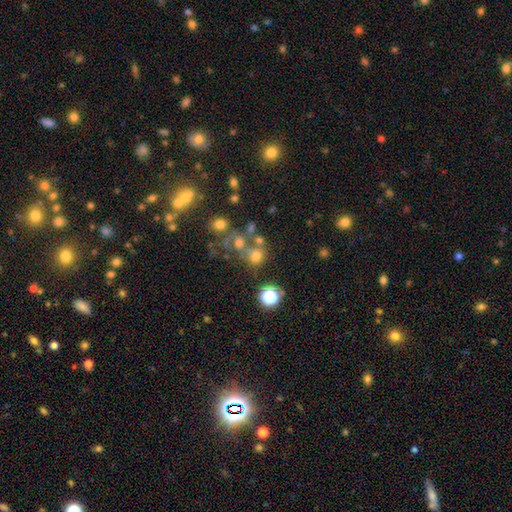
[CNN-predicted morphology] smooth_or_featured: smooth (p=0.62) [alt: star or artifact p=0.23]
how_rounded: round (p=0.83) [alt: in between p=0.16]
merging: none (p=0.52) [alt: merger p=0.31]